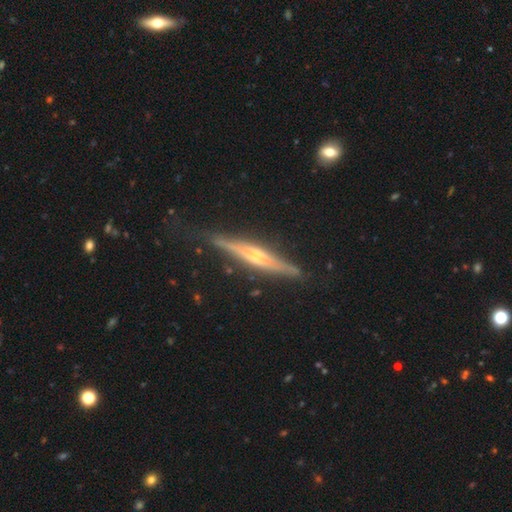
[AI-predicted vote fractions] smooth_or_featured: featured or disk (p=0.78) [alt: smooth p=0.16]
disk_edge_on: yes (p=0.96) [alt: no p=0.04]
edge_on_bulge: rounded (p=0.84) [alt: none p=0.09]
merging: none (p=0.79) [alt: minor disturbance p=0.16]